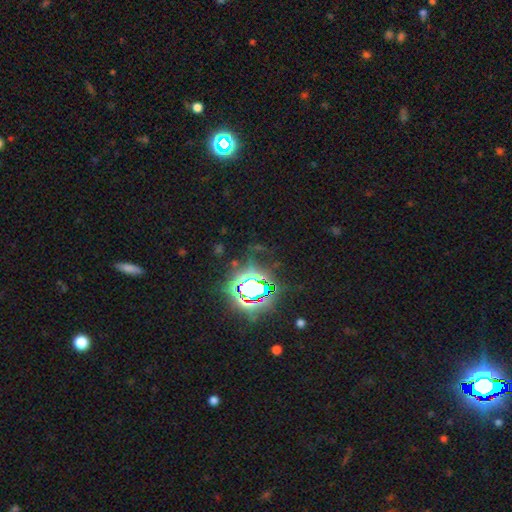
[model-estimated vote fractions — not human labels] smooth-or-featured: star or artifact: 80% | smooth: 11% | featured or disk: 9%